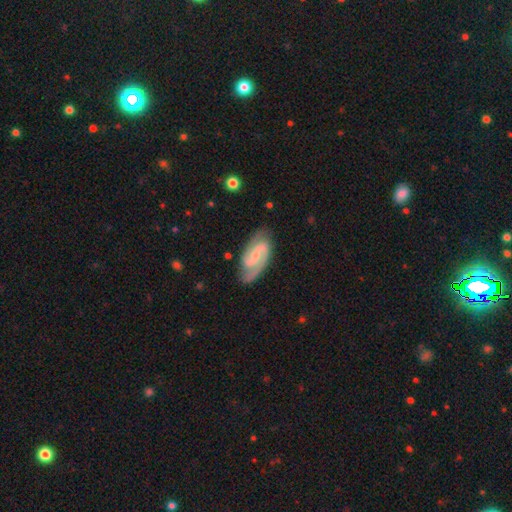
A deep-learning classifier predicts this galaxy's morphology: smooth-or-featured: featured or disk: 89% | smooth: 7% | star or artifact: 4%
  disk-edge-on: no: 97% | yes: 3%
    bar: weak: 49% | no: 32% | strong: 20%
    has-spiral-arms: yes: 98% | no: 2%
      spiral-winding: medium: 53% | tight: 34% | loose: 13%
      spiral-arm-count: 2: 91% | can't tell: 3% | 3: 2% | 1: 2% | 4: 1% | more than 4: 1%
    bulge-size: small: 58% | moderate: 24% | none: 16% | large: 2% | dominant: 1%
  merging: none: 81% | minor disturbance: 14% | major disturbance: 4% | merger: 1%